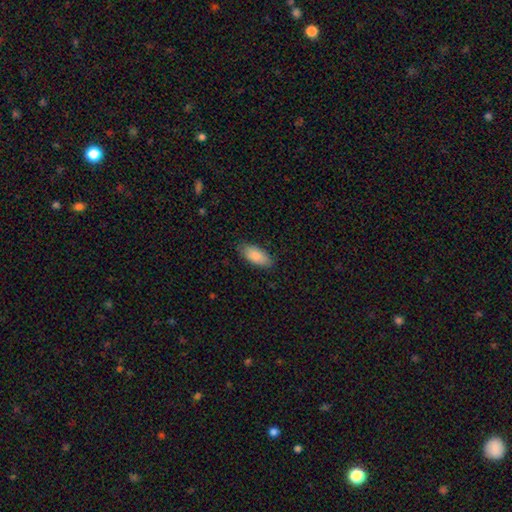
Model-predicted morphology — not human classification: This appears to be a smooth galaxy with no disk features (86%) that is in between round and cigar-shaped (89%). Merging: none (82%).